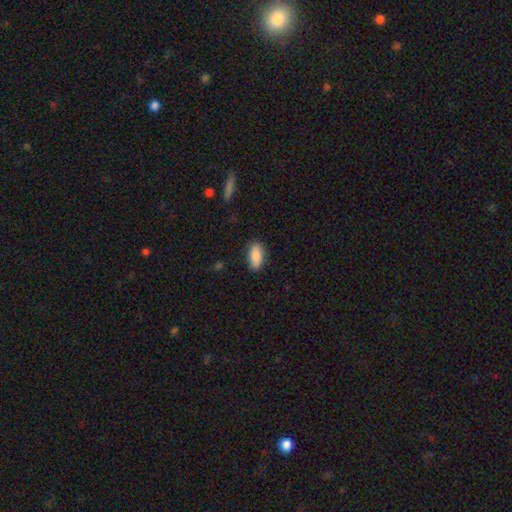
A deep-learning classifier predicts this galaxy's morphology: This appears to be a smooth galaxy with no disk features (86%) that is in between round and cigar-shaped (87%). Merging: none (84%).